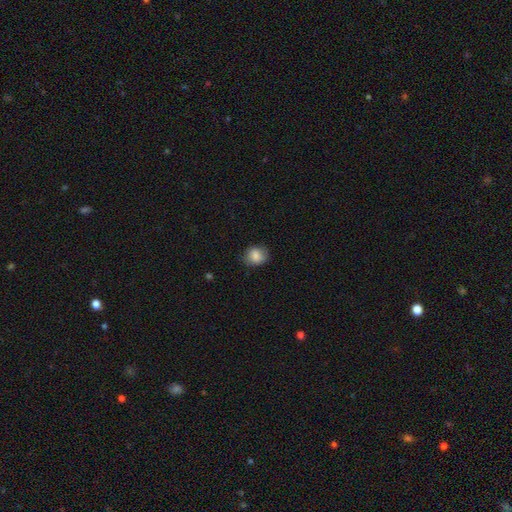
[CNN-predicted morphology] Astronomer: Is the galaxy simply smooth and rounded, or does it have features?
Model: smooth — 83%.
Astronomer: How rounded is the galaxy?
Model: round — 59% (runner-up: in between, 40%).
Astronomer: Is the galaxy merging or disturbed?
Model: none — 78%.